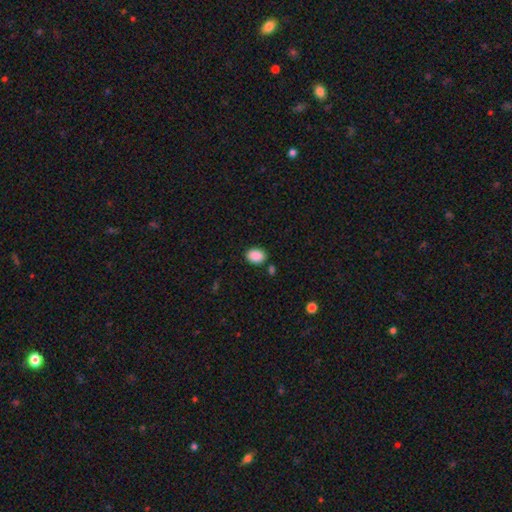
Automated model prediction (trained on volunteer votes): Q: Smooth or featured?
A: smooth (89%); runner-up: star or artifact (8%)
Q: How rounded?
A: in between (67%); runner-up: round (32%)
Q: Merging?
A: none (84%); runner-up: minor disturbance (9%)